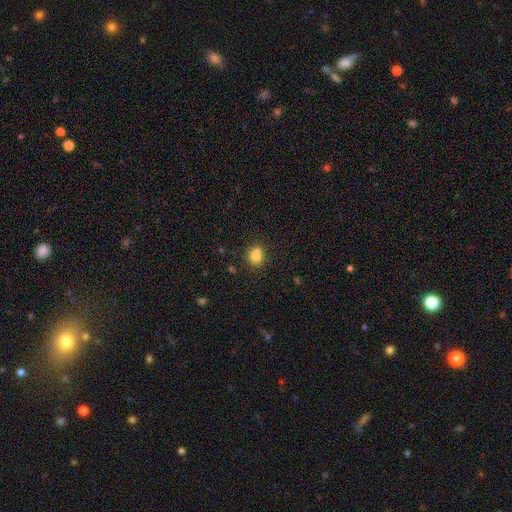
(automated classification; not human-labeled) A smooth galaxy with no disk features (78%) that is round (80%).

Vote fractions:
- Smooth or featured? smooth: 78% / star or artifact: 12% / featured or disk: 9%
- How rounded? round: 80% / in between: 19% / cigar-shaped: 1%
- Merging? none: 63% / merger: 22% / minor disturbance: 12% / major disturbance: 3%